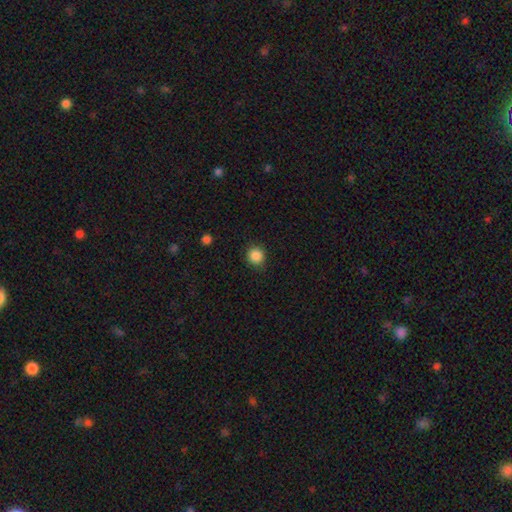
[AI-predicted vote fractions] smooth_or_featured: smooth (p=0.87) [alt: star or artifact p=0.10]
how_rounded: round (p=0.89) [alt: in between p=0.10]
merging: none (p=0.87) [alt: minor disturbance p=0.09]